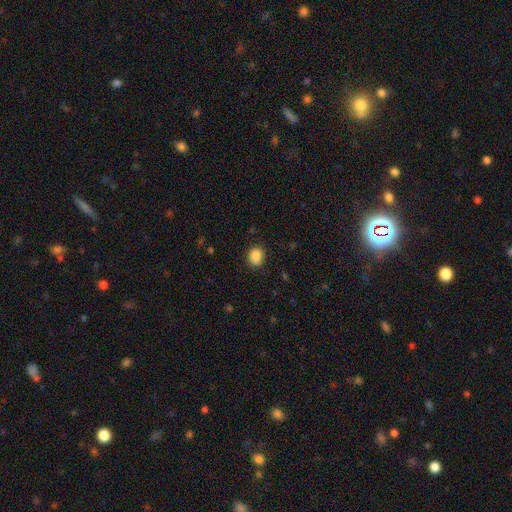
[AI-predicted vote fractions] This appears to be a smooth galaxy with no disk features (87%) that is round (52%). Merging: none (82%).